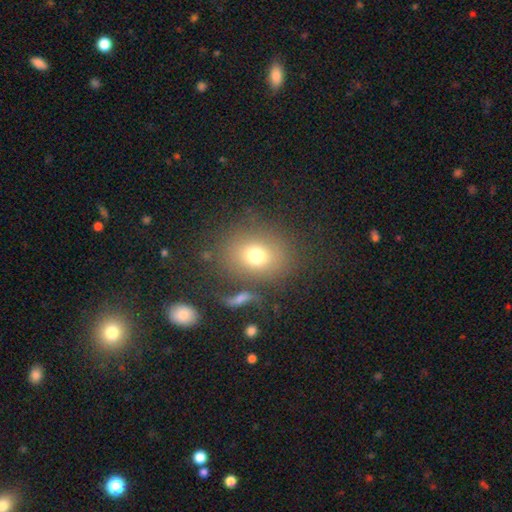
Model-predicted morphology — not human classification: Smooth or featured? Predicted: smooth (p=0.72). How rounded? Predicted: round (p=0.58). Merging? Predicted: none (p=0.74).